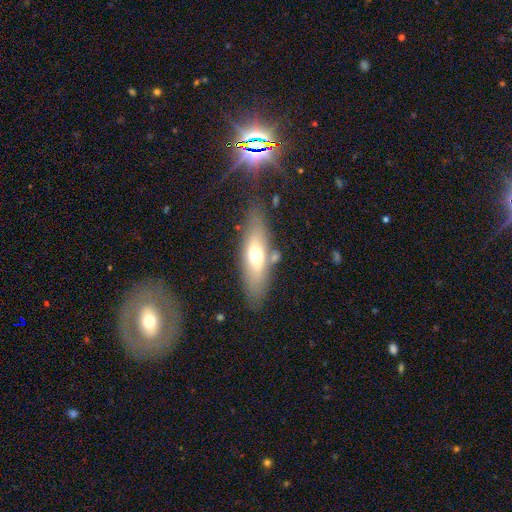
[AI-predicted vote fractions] A smooth galaxy with no disk features (56%) that is in between round and cigar-shaped (51%).

Vote fractions:
- Smooth or featured? smooth: 56% / featured or disk: 37% / star or artifact: 7%
- How rounded? in between: 51% / cigar-shaped: 46% / round: 3%
- Merging? none: 73% / minor disturbance: 15% / merger: 7% / major disturbance: 5%